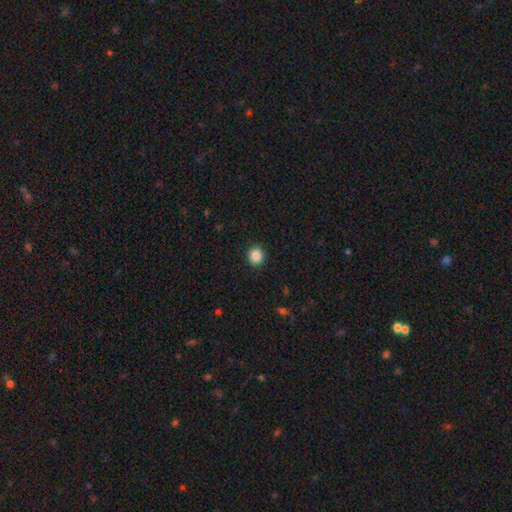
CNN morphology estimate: Smooth or featured: smooth — 87% (star or artifact — 10%)
How rounded: round — 88% (in between — 11%)
Merging: none — 92% (minor disturbance — 5%)